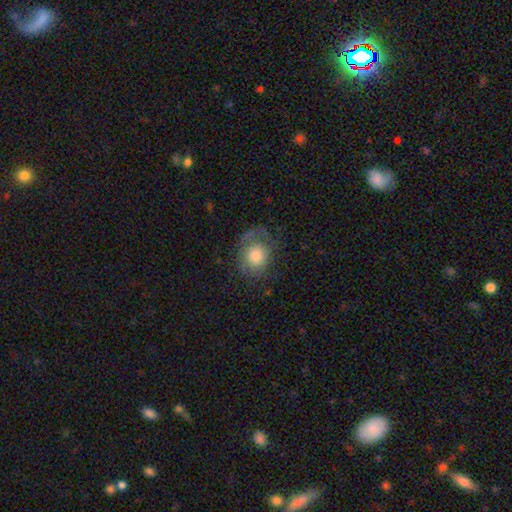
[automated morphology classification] Smooth or featured? Predicted: smooth (p=0.63). How rounded? Predicted: round (p=0.68). Merging? Predicted: none (p=0.54).